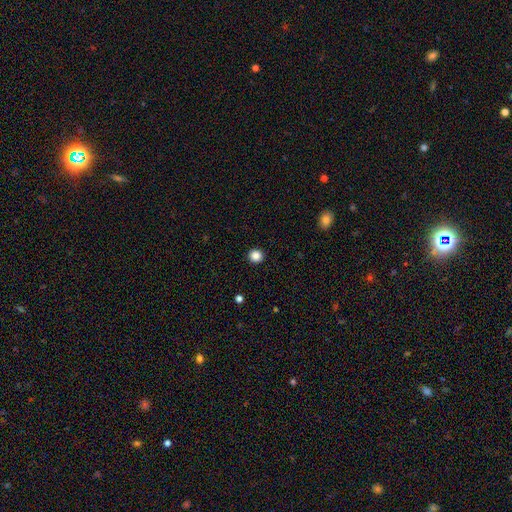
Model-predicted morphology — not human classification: The model was most divided on "smooth or featured": smooth: 86%, star or artifact: 11%, featured or disk: 3%. More confident: merging — none (93%); how rounded — round (92%).